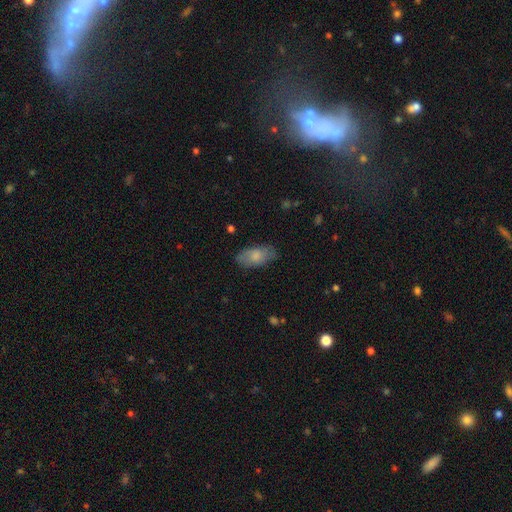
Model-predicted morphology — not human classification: Smooth or featured?
  - smooth: 74% *
  - featured or disk: 20%
  - star or artifact: 6%
How rounded?
  - in between: 92% *
  - cigar-shaped: 5%
  - round: 3%
Merging?
  - none: 78% *
  - minor disturbance: 17%
  - major disturbance: 4%
  - merger: 1%